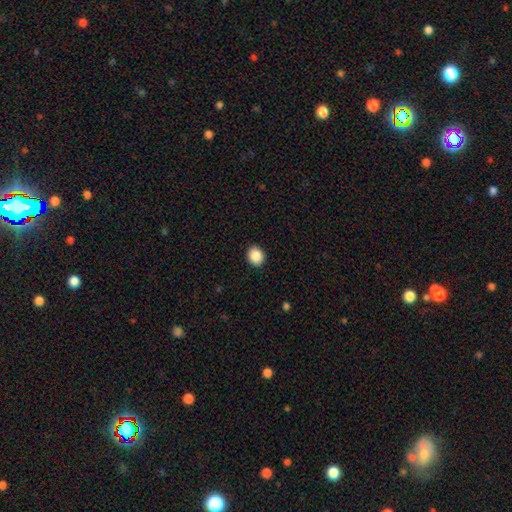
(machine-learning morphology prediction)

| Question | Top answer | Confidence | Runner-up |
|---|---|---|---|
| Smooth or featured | smooth | 88% | star or artifact (9%) |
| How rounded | round | 66% | in between (33%) |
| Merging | none | 91% | minor disturbance (6%) |